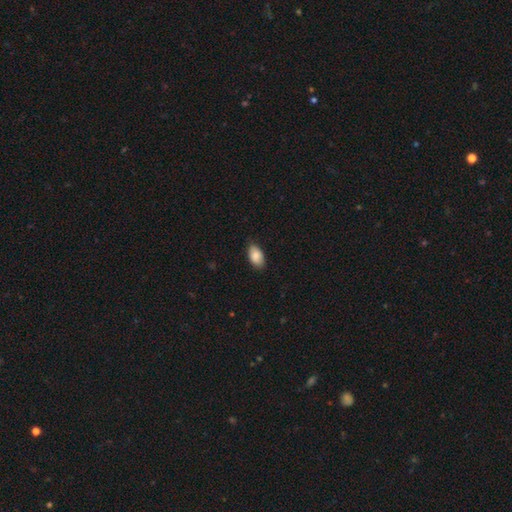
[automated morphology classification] Q: Smooth or featured?
A: smooth (87%); runner-up: star or artifact (7%)
Q: How rounded?
A: in between (94%); runner-up: round (5%)
Q: Merging?
A: none (83%); runner-up: minor disturbance (14%)